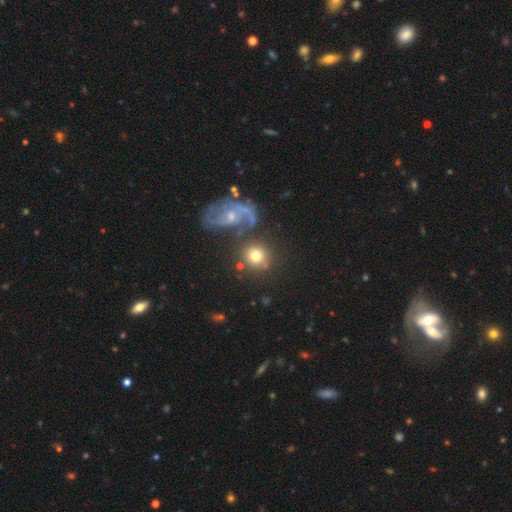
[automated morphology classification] Overall: smooth (70%). How rounded: round (88%). Merging: none (65%).